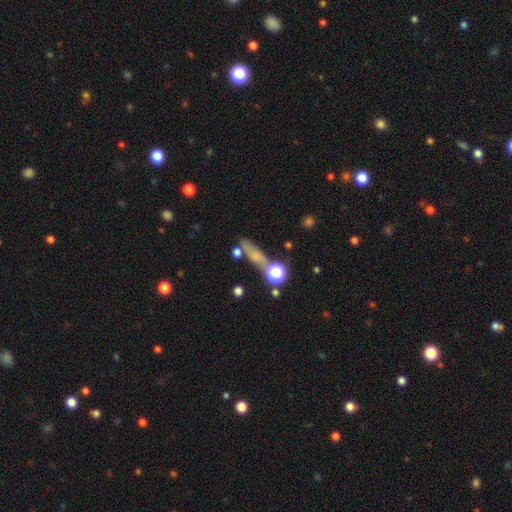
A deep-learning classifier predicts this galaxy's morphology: A smooth galaxy with no disk features (51%) that is cigar-shaped (54%).

Vote fractions:
- Smooth or featured? smooth: 51% / featured or disk: 29% / star or artifact: 21%
- How rounded? cigar-shaped: 54% / in between: 27% / round: 19%
- Merging? none: 60% / minor disturbance: 16% / merger: 15% / major disturbance: 9%